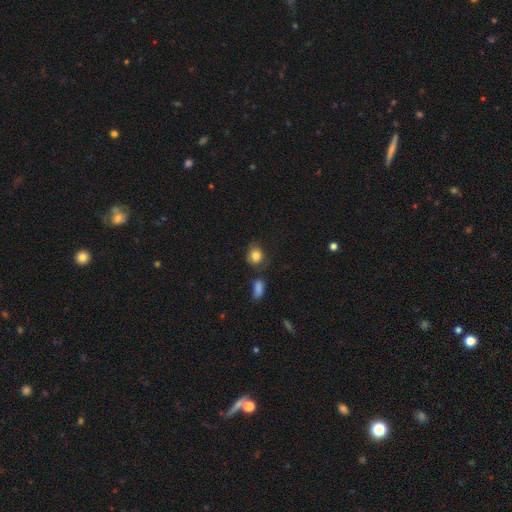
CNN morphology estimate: smooth_or_featured: smooth (p=0.83) [alt: star or artifact p=0.09]
how_rounded: round (p=0.64) [alt: in between p=0.35]
merging: none (p=0.65) [alt: minor disturbance p=0.21]